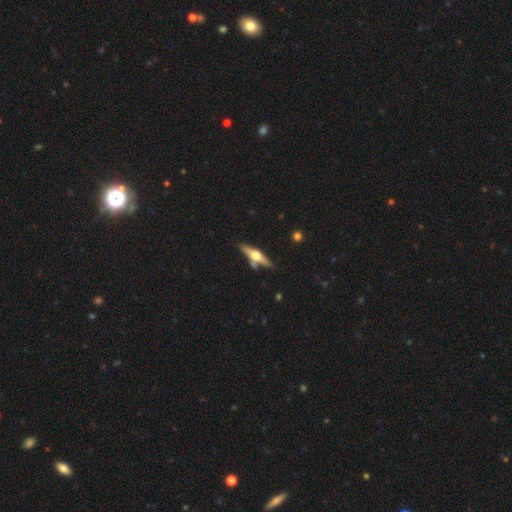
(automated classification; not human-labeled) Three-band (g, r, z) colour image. It shows a featured or disk galaxy (72%) viewed edge-on (96%) with a rounded central bulge (94%). Merging: none (72%).